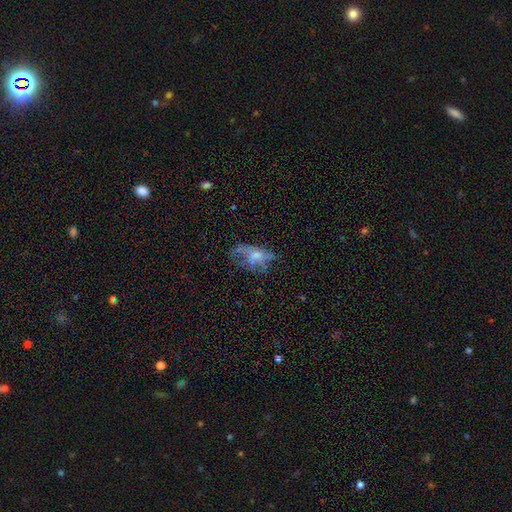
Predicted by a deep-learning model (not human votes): smooth_or_featured: featured or disk (p=0.47) [alt: smooth p=0.36]
merging: none (p=0.43) [alt: major disturbance p=0.30]